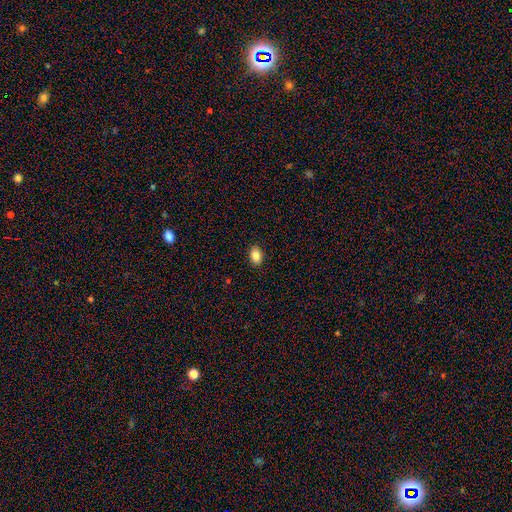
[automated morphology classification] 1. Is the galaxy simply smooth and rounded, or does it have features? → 85% smooth, 9% star or artifact, 7% featured or disk.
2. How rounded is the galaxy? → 85% in between, 14% round, 1% cigar-shaped.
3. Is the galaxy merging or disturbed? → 89% none, 8% minor disturbance, 2% major disturbance, 1% merger.